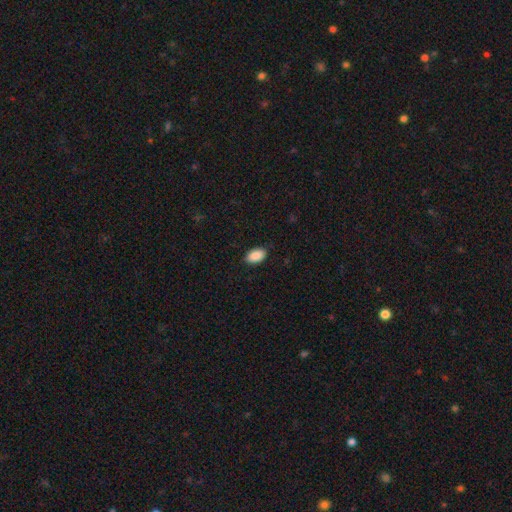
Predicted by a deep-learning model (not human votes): This is clearly a smooth galaxy (89%). How rounded: clearly in between (93%). Merging: clearly none (88%).